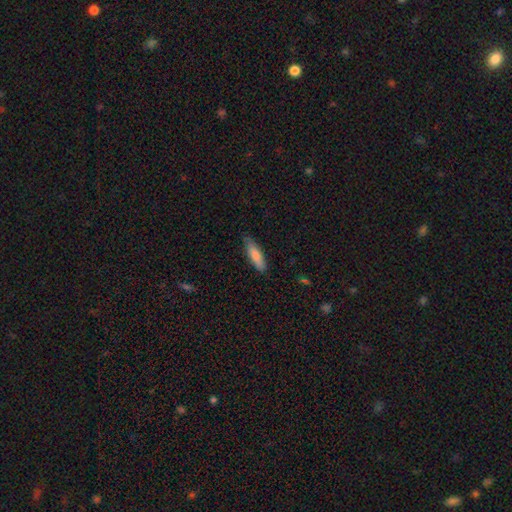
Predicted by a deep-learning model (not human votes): A smooth galaxy with no disk features (79%) that is cigar-shaped (63%). Merging: none (79%).